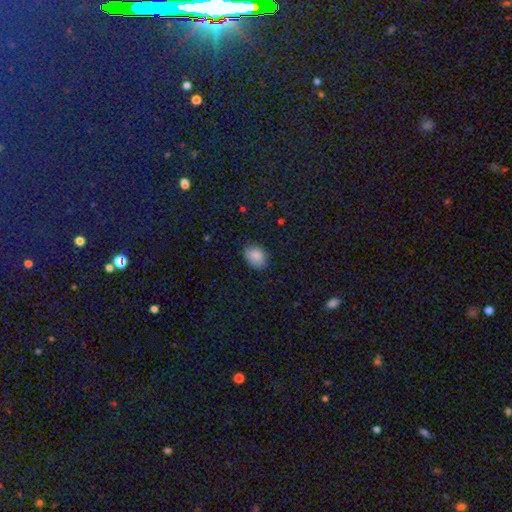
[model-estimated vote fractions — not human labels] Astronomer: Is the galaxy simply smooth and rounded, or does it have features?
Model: smooth — 86%.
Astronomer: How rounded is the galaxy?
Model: in between — 71%.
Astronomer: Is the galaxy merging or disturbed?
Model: none — 77%.